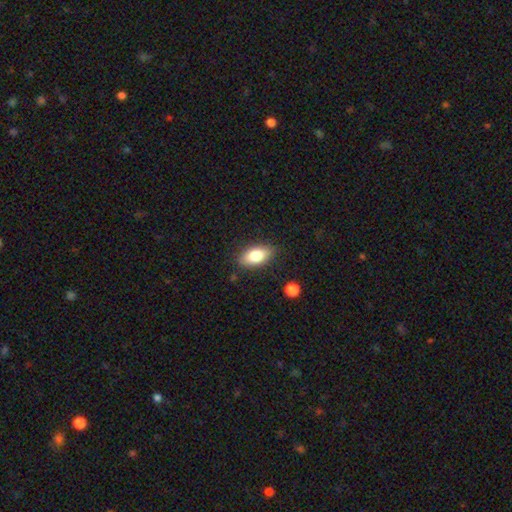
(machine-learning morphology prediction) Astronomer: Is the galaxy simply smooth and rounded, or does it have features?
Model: smooth — 81%.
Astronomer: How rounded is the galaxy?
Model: in between — 90%.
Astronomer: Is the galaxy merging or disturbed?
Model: none — 84%.